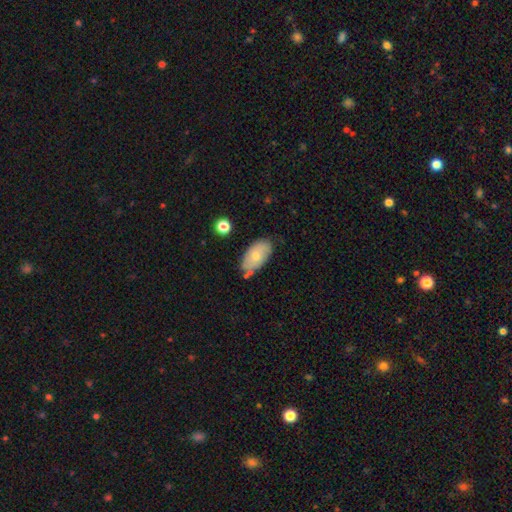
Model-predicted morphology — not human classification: Smooth or featured?
  - smooth: 67% *
  - featured or disk: 26%
  - star or artifact: 6%
How rounded?
  - in between: 94% *
  - round: 4%
  - cigar-shaped: 2%
Merging?
  - none: 68% *
  - minor disturbance: 21%
  - merger: 7%
  - major disturbance: 4%